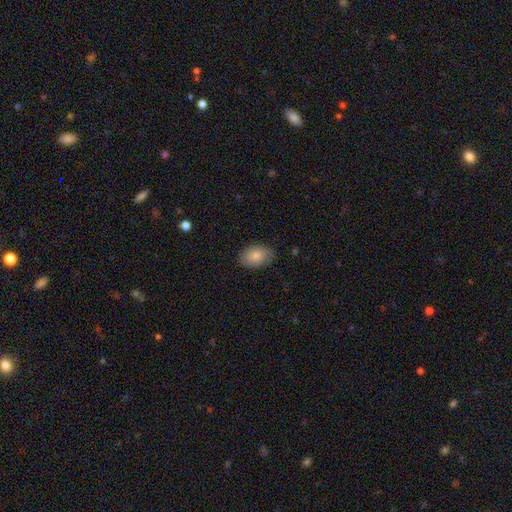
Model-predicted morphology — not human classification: Q: Smooth or featured?
A: smooth (83%); runner-up: featured or disk (10%)
Q: How rounded?
A: in between (86%); runner-up: round (13%)
Q: Merging?
A: none (84%); runner-up: minor disturbance (12%)